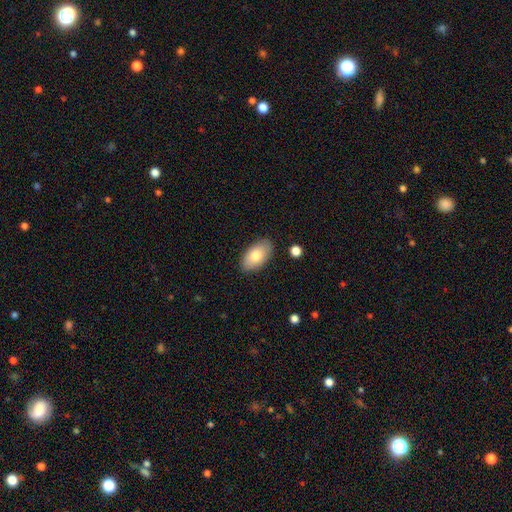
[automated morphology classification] smooth_or_featured: smooth (p=0.78) [alt: featured or disk p=0.16]
how_rounded: in between (p=0.94) [alt: round p=0.04]
merging: none (p=0.86) [alt: minor disturbance p=0.11]